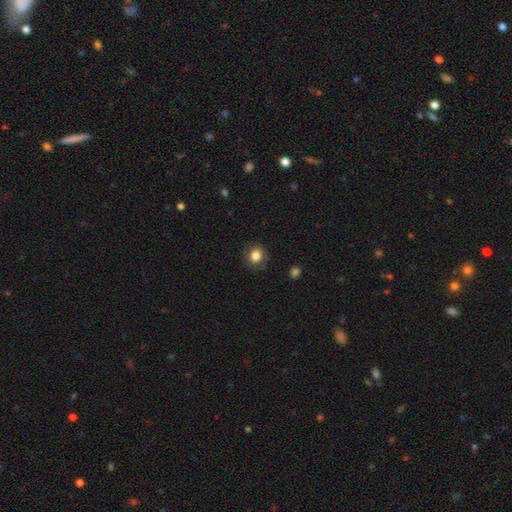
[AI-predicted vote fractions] The model was most divided on "how rounded": round: 77%, in between: 22%, cigar-shaped: 1%. More confident: merging — none (83%); smooth or featured — smooth (81%).